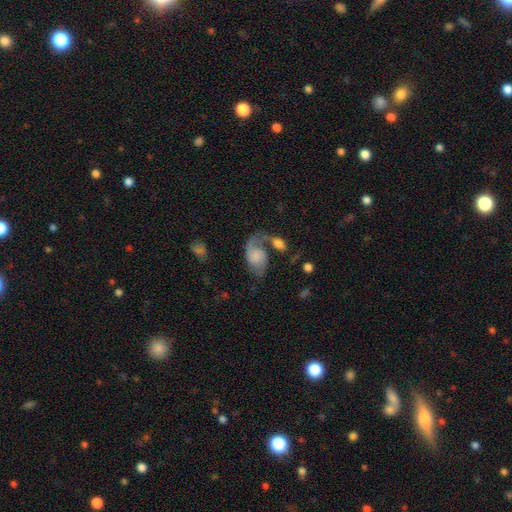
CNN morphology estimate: A featured or disk galaxy (62%) with no bar (68%), 2 (64%) loose (49%) spiral arms (89%) and no central bulge (36%). Merging: none (32%).